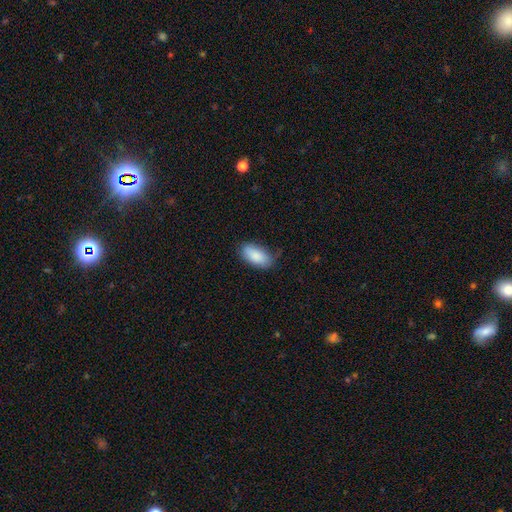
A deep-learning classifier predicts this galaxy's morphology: Smooth or featured: smooth — 87% (featured or disk — 7%)
How rounded: in between — 92% (cigar-shaped — 6%)
Merging: none — 69% (minor disturbance — 25%)